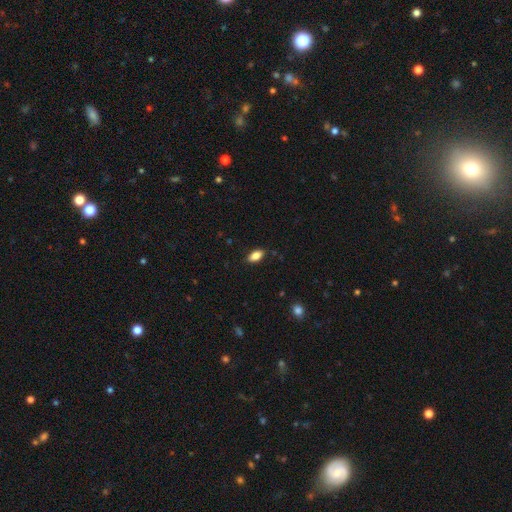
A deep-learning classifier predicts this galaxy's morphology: smooth 82%, featured or disk 10%, star or artifact 8%. Down the decision tree: how rounded — in between (89%); merging — none (86%).